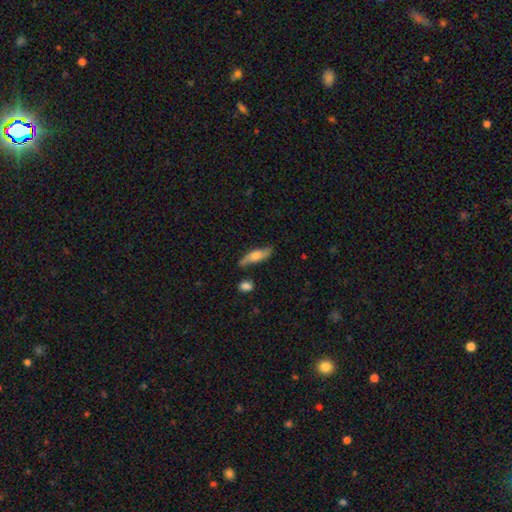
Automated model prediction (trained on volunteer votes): Morphology: type=smooth (58%); roundness=cigar-shaped (51%); merging=none (71%).